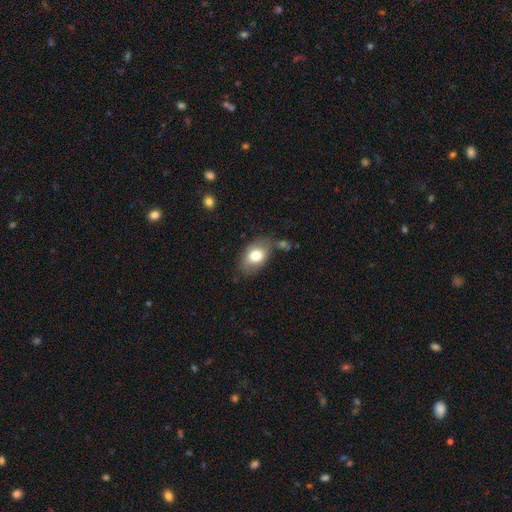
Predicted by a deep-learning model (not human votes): Smooth or featured?
  - smooth: 75% *
  - featured or disk: 17%
  - star or artifact: 8%
How rounded?
  - in between: 85% *
  - round: 14%
  - cigar-shaped: 1%
Merging?
  - none: 63% *
  - minor disturbance: 21%
  - merger: 9%
  - major disturbance: 7%